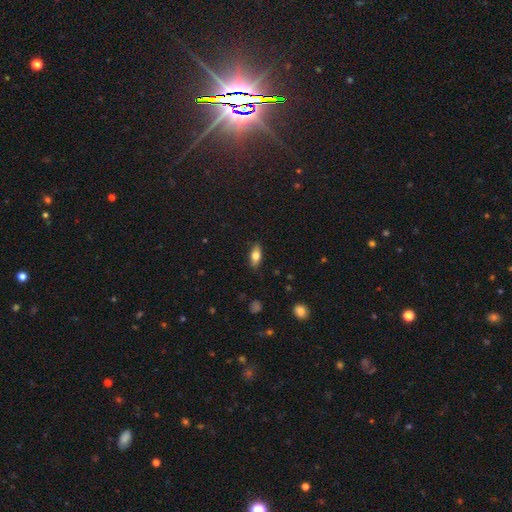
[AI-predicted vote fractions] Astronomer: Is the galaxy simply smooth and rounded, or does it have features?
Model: smooth — 72%.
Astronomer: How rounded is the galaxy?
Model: in between — 81%.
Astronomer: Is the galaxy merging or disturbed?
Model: none — 85%.